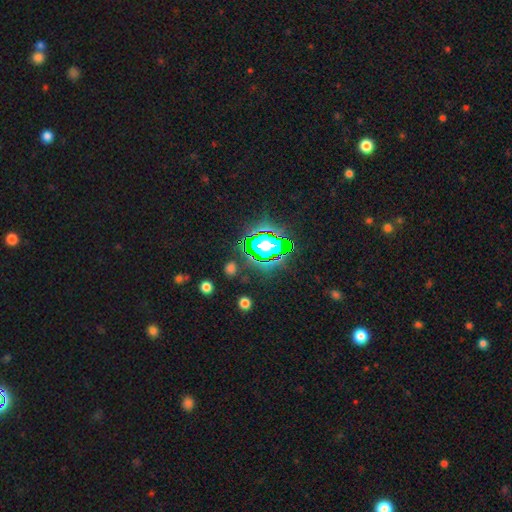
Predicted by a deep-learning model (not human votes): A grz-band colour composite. It shows a star or artifact, not a galaxy (75%).